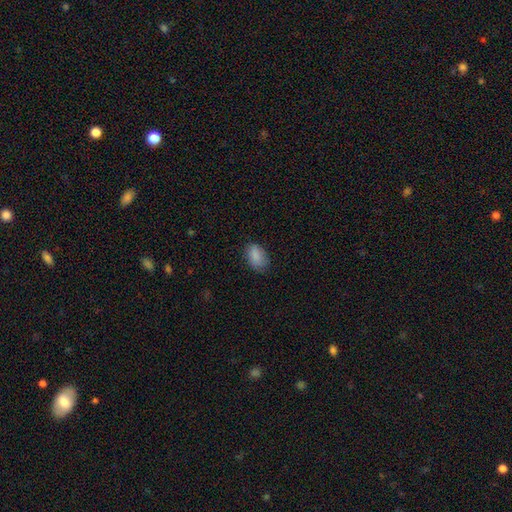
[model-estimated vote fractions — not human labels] This appears to be a smooth galaxy with no disk features (86%) that is in between round and cigar-shaped (89%). Merging: none (70%).